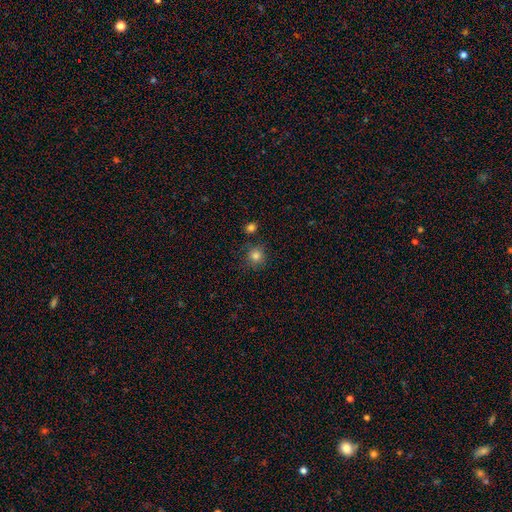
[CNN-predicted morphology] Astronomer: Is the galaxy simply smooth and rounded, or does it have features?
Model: smooth — 83%.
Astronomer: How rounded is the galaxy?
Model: round — 92%.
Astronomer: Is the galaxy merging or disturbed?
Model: none — 80%.